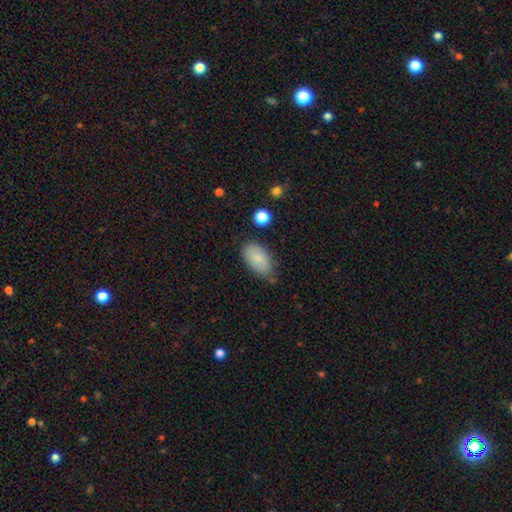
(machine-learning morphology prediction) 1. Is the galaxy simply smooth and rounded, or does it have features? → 83% smooth, 9% featured or disk, 7% star or artifact.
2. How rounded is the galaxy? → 94% in between, 4% round, 2% cigar-shaped.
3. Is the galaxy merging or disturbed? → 69% none, 24% minor disturbance, 4% major disturbance, 3% merger.